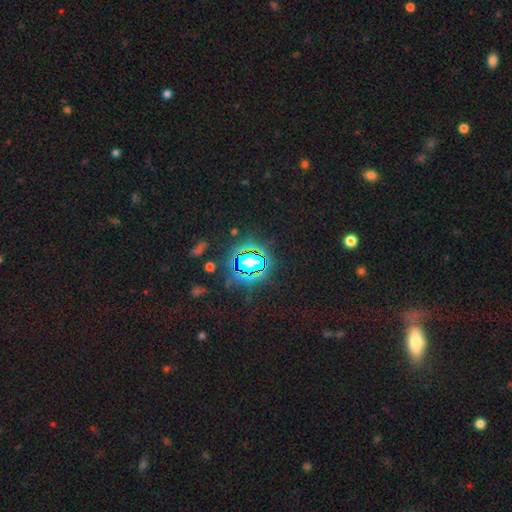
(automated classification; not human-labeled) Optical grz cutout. It shows a star or artifact, not a galaxy (80%).